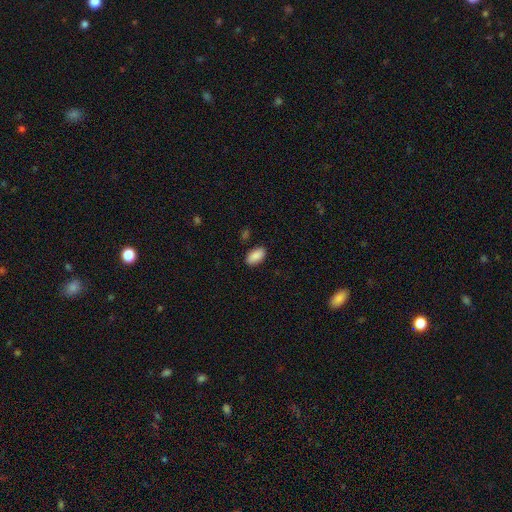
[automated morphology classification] Overall: smooth (89%). How rounded: in between (94%). Merging: none (87%).